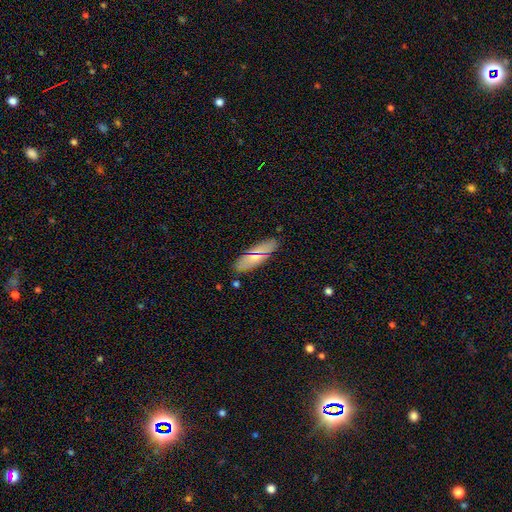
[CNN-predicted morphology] A smooth galaxy with no disk features (62%) that is cigar-shaped (52%).

Vote fractions:
- Smooth or featured? smooth: 62% / featured or disk: 29% / star or artifact: 9%
- How rounded? cigar-shaped: 52% / in between: 46% / round: 3%
- Merging? none: 86% / minor disturbance: 10% / major disturbance: 2% / merger: 2%